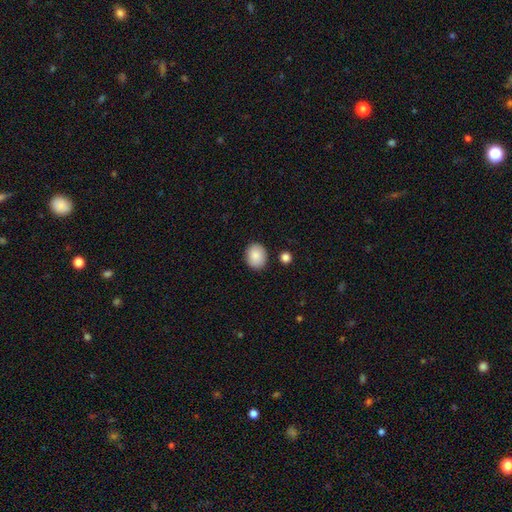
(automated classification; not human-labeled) This appears to be a smooth galaxy with no disk features (88%) that is in between round and cigar-shaped (51%). Merging: none (86%).